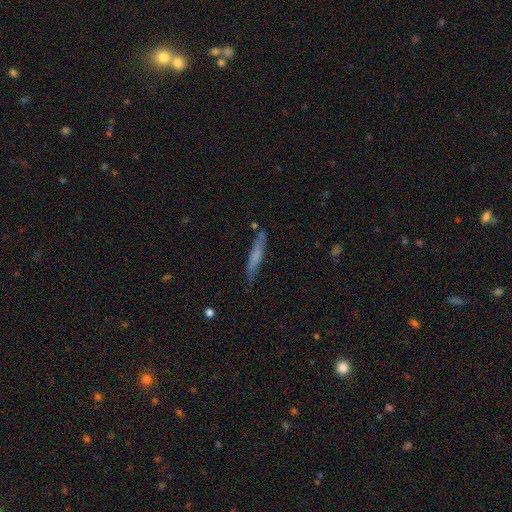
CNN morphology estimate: Smooth or featured: smooth — 57% (featured or disk — 35%)
How rounded: cigar-shaped — 92% (in between — 6%)
Merging: none — 76% (minor disturbance — 17%)